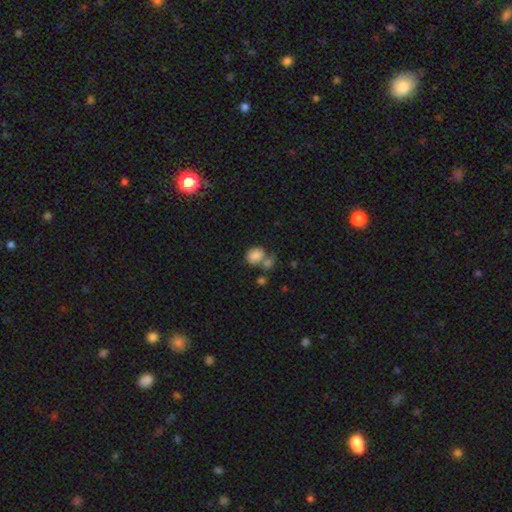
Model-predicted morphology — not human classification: Smooth or featured?
  - smooth: 81% *
  - featured or disk: 10%
  - star or artifact: 9%
How rounded?
  - round: 56% *
  - in between: 43%
  - cigar-shaped: 1%
Merging?
  - none: 39% *
  - merger: 38%
  - minor disturbance: 15%
  - major disturbance: 8%